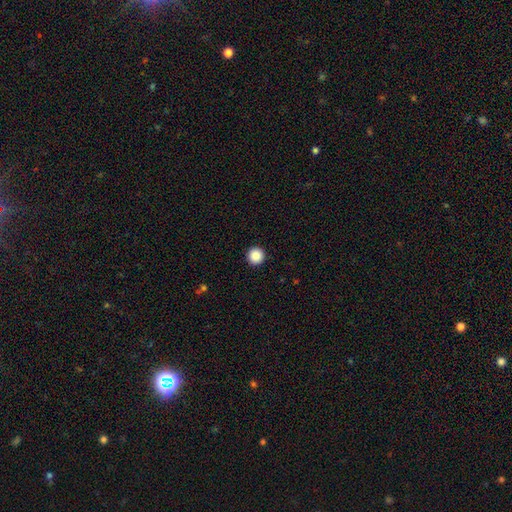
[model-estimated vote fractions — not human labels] A smooth galaxy with no disk features (89%) that is round (97%). Merging: none (94%).